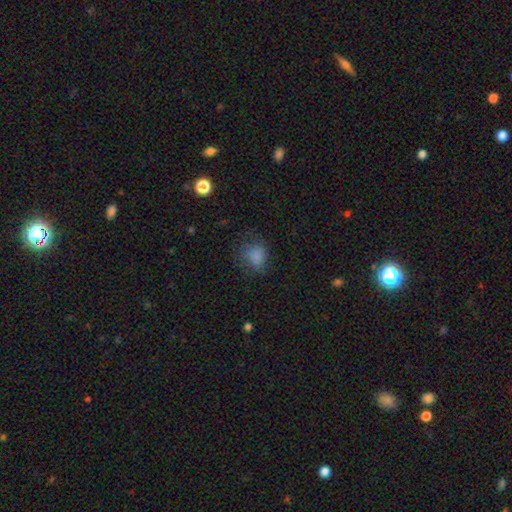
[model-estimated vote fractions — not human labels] The model was most divided on "how rounded": round: 72%, in between: 27%, cigar-shaped: 1%. More confident: smooth or featured — smooth (81%); merging — none (67%).